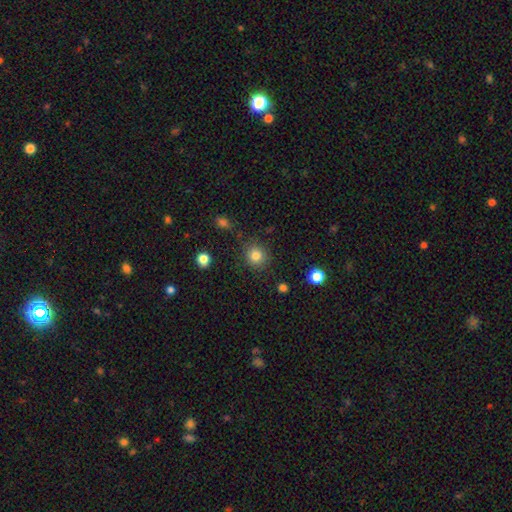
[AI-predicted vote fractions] smooth 82%, star or artifact 11%, featured or disk 6%. Down the decision tree: how rounded — round (89%); merging — none (84%).